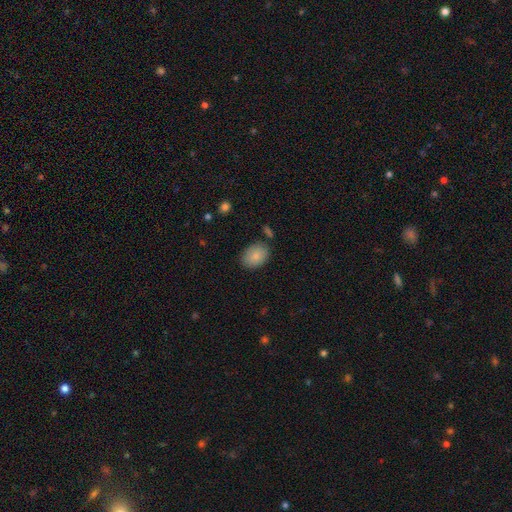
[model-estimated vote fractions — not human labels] smooth_or_featured: smooth (p=0.86) [alt: star or artifact p=0.07]
how_rounded: in between (p=0.72) [alt: round p=0.27]
merging: none (p=0.81) [alt: minor disturbance p=0.13]